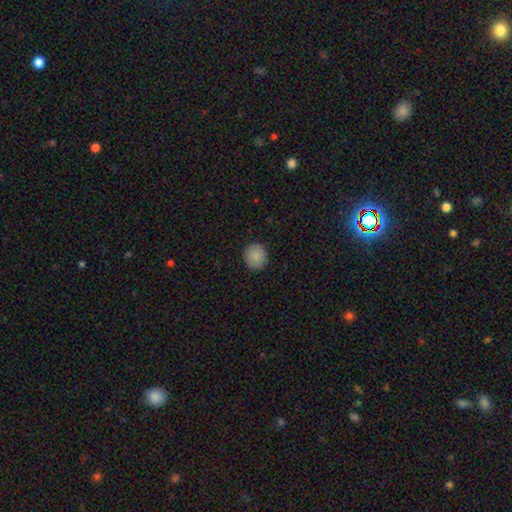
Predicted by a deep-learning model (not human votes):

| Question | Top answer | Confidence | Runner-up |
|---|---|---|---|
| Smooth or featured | smooth | 88% | star or artifact (8%) |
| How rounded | round | 85% | in between (14%) |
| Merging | none | 90% | minor disturbance (7%) |